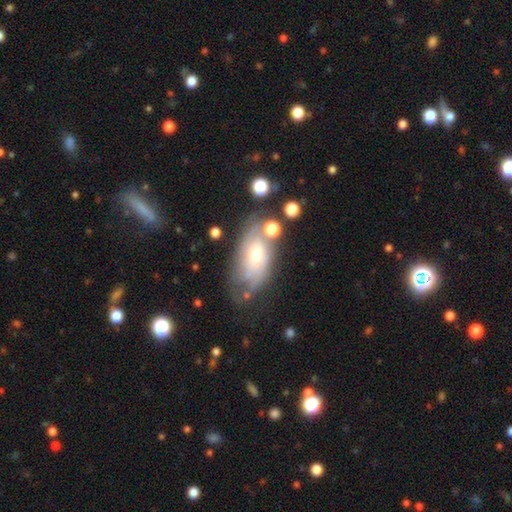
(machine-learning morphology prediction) type=featured or disk (51%); edge-on=no (88%); merging=none (56%).